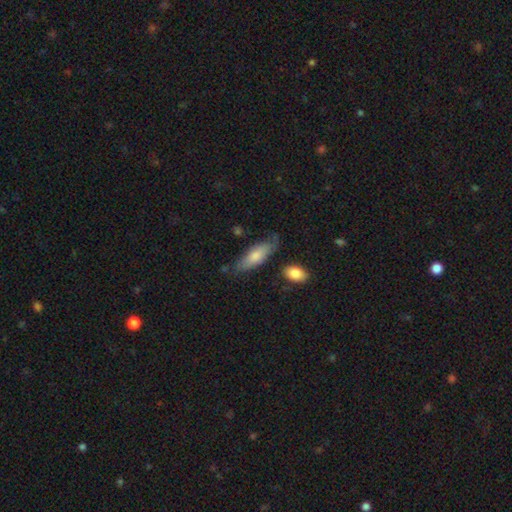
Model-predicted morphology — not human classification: Smooth or featured?
  - smooth: 73% *
  - featured or disk: 21%
  - star or artifact: 6%
How rounded?
  - in between: 58% *
  - cigar-shaped: 41%
  - round: 2%
Merging?
  - none: 67% *
  - minor disturbance: 24%
  - major disturbance: 5%
  - merger: 4%